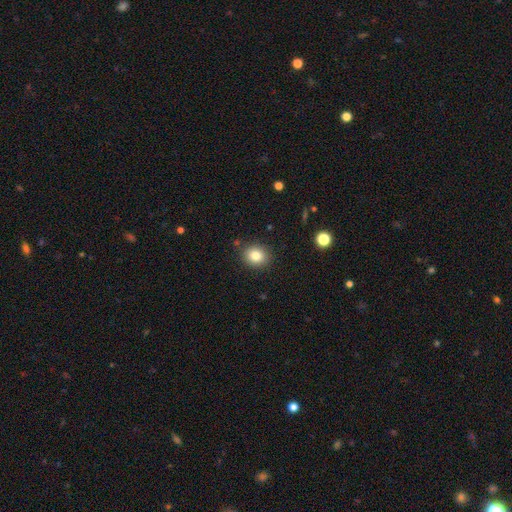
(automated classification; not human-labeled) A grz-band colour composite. It shows a smooth galaxy with no disk features (82%) that is round (70%). Merging: none (87%).